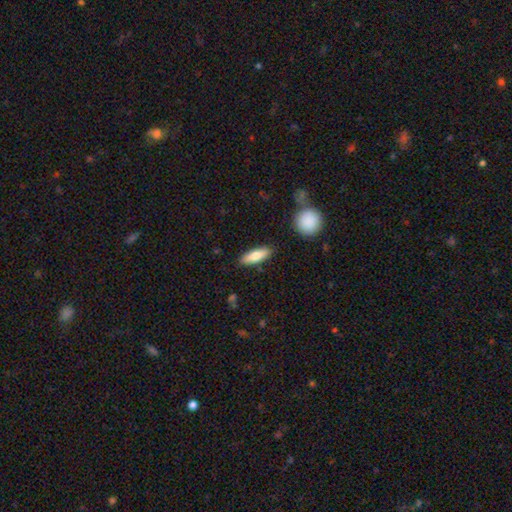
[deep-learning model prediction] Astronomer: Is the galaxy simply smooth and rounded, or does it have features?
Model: smooth — 74%.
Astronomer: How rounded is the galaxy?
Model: in between — 55% (runner-up: cigar-shaped, 43%).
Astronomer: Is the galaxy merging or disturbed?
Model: none — 87%.